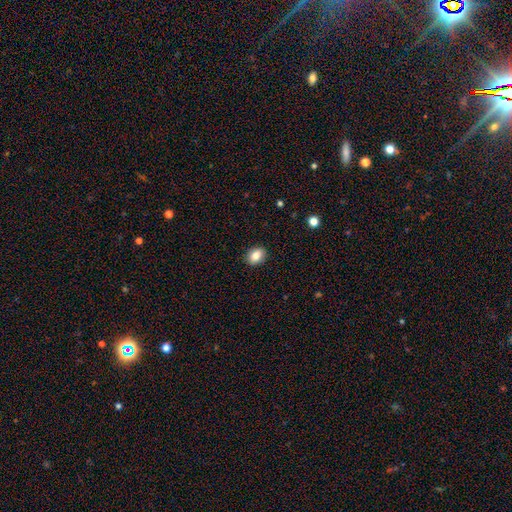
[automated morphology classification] smooth 84%, star or artifact 9%, featured or disk 8%. Down the decision tree: how rounded — in between (65%); merging — none (90%).